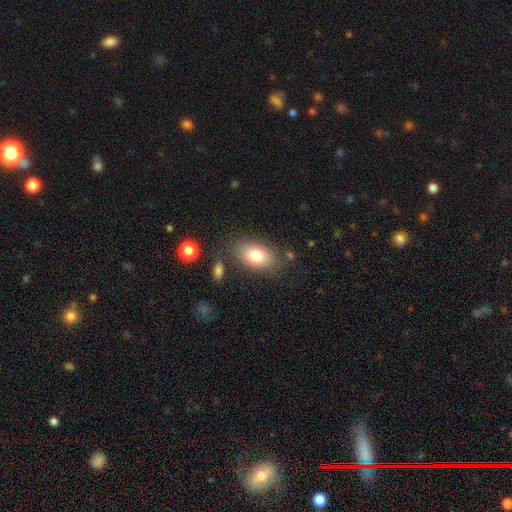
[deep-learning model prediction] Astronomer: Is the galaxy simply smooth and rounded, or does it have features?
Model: smooth — 79%.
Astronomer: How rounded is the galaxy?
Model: in between — 89%.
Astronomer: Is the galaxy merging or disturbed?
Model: none — 78%.